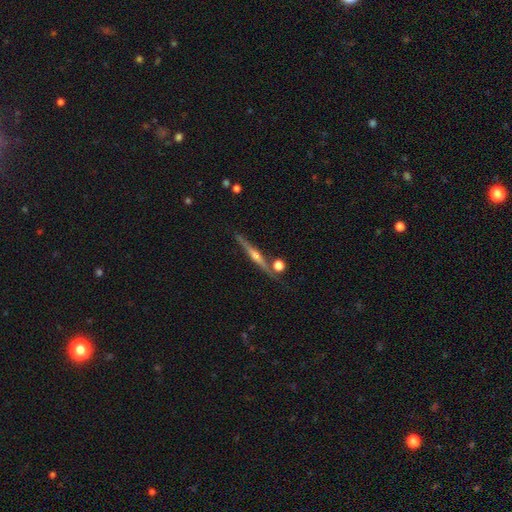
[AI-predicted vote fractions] smooth-or-featured: featured or disk: 79% | smooth: 14% | star or artifact: 7%
  disk-edge-on: yes: 97% | no: 3%
    edge-on-bulge: rounded: 87% | none: 8% | boxy: 5%
  merging: none: 83% | minor disturbance: 9% | merger: 6% | major disturbance: 2%